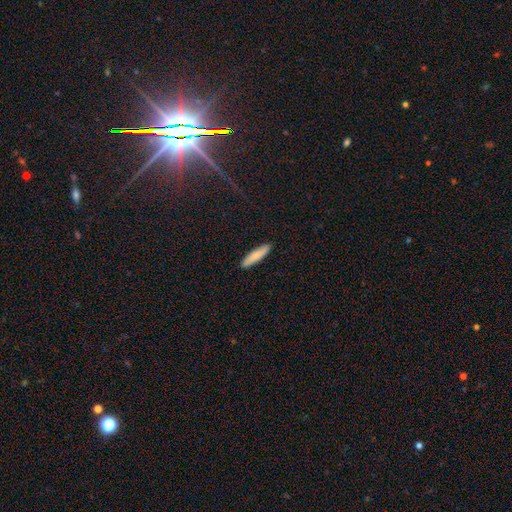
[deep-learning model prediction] This is clearly a smooth galaxy (82%). How rounded: clearly cigar-shaped (84%). Merging: clearly none (91%).